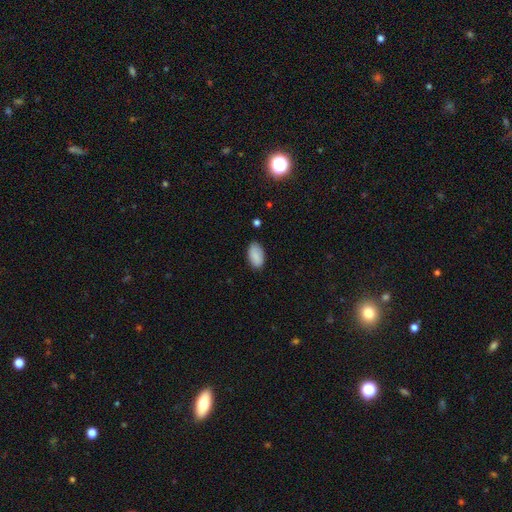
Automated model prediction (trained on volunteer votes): smooth_or_featured: smooth (p=0.88) [alt: star or artifact p=0.07]
how_rounded: in between (p=0.95) [alt: round p=0.03]
merging: none (p=0.82) [alt: minor disturbance p=0.14]